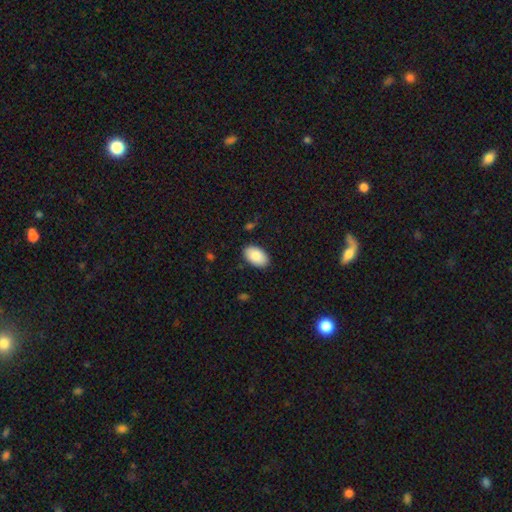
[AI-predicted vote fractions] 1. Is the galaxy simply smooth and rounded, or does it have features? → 86% smooth, 7% featured or disk, 6% star or artifact.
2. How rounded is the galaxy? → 93% in between, 5% round, 1% cigar-shaped.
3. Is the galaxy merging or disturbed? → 88% none, 9% minor disturbance, 2% major disturbance, 1% merger.